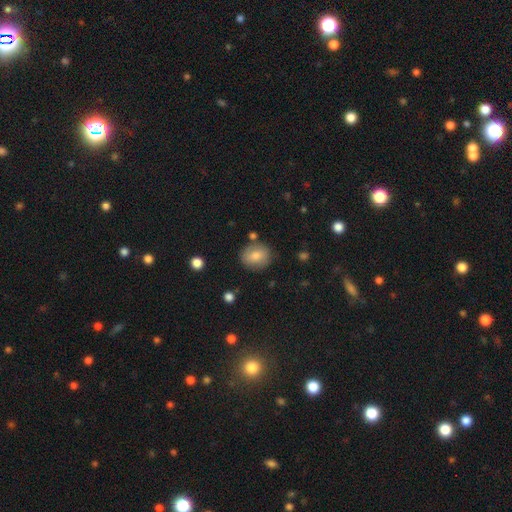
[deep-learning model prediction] Smooth or featured? Predicted: smooth (p=0.75). How rounded? Predicted: round (p=0.65). Merging? Predicted: none (p=0.80).